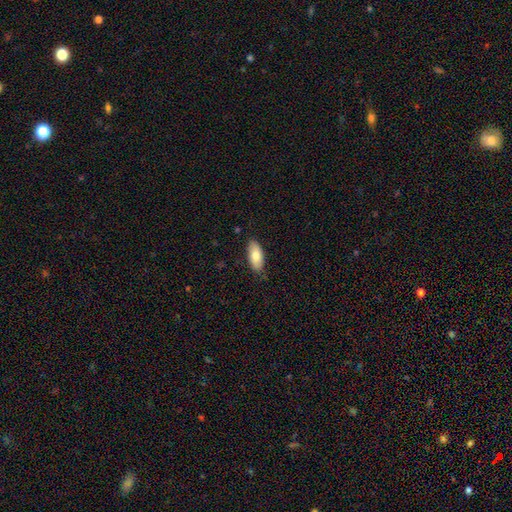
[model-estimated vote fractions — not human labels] A smooth galaxy with no disk features (78%) that is in between round and cigar-shaped (89%). Merging: none (84%).